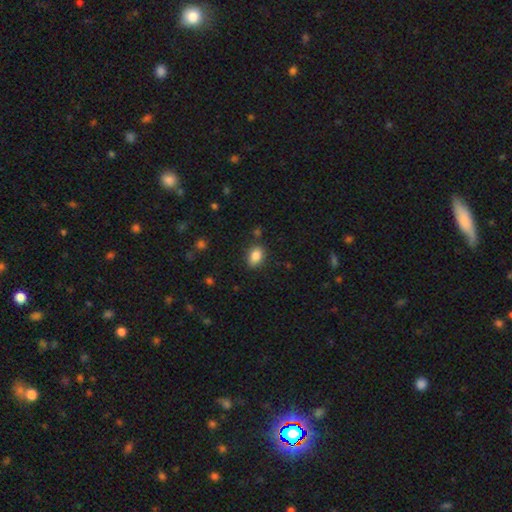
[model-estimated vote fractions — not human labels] A smooth galaxy with no disk features (85%) that is in between round and cigar-shaped (84%).

Vote fractions:
- Smooth or featured? smooth: 85% / star or artifact: 9% / featured or disk: 6%
- How rounded? in between: 84% / round: 14% / cigar-shaped: 2%
- Merging? none: 83% / minor disturbance: 12% / major disturbance: 3% / merger: 2%